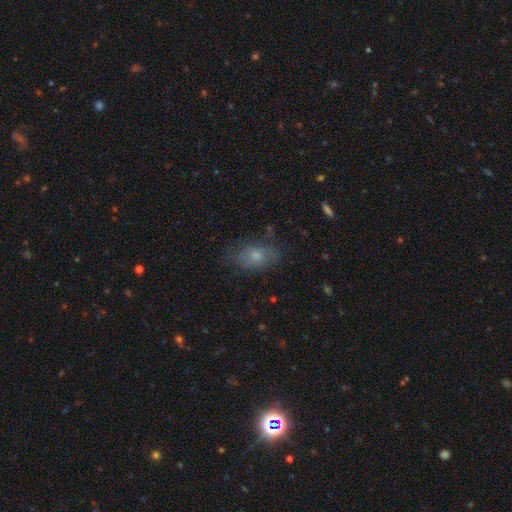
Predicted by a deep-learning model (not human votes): A smooth galaxy with no disk features (69%) that is in between round and cigar-shaped (83%).

Vote fractions:
- Smooth or featured? smooth: 69% / featured or disk: 20% / star or artifact: 11%
- How rounded? in between: 83% / round: 14% / cigar-shaped: 3%
- Merging? none: 66% / minor disturbance: 22% / major disturbance: 10% / merger: 2%